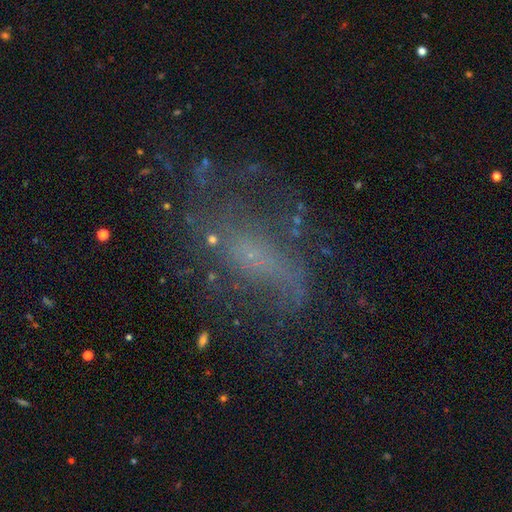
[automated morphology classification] This appears to be a featured or disk galaxy (65%) with no bar (67%), spiral arms (66%) and a small central bulge (63%). Merging: none (52%).